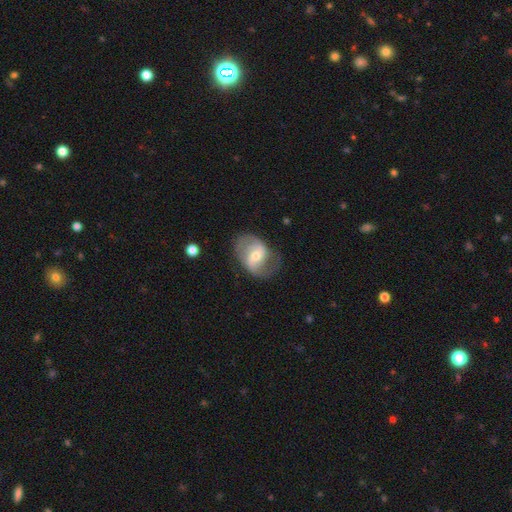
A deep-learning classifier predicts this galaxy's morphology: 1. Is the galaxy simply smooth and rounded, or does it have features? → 75% featured or disk, 19% smooth, 6% star or artifact.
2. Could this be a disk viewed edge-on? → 97% no, 3% yes.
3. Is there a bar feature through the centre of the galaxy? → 50% weak, 30% no, 21% strong.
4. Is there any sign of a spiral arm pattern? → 89% yes, 11% no.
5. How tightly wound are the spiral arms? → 47% medium, 36% loose, 17% tight.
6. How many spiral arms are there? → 84% 2, 8% can't tell, 5% 1, 2% 3, 1% 4, 1% more than 4.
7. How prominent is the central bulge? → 59% moderate, 34% small, 5% large, 1% none, 1% dominant.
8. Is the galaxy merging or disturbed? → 65% none, 21% minor disturbance, 13% major disturbance, 2% merger.